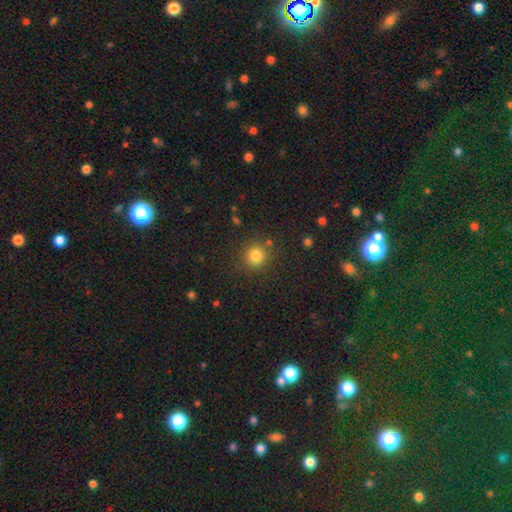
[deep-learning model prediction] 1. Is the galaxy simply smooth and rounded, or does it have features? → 81% smooth, 14% star or artifact, 5% featured or disk.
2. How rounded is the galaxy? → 92% round, 7% in between, 1% cigar-shaped.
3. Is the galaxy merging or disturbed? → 85% none, 8% minor disturbance, 3% major disturbance, 3% merger.